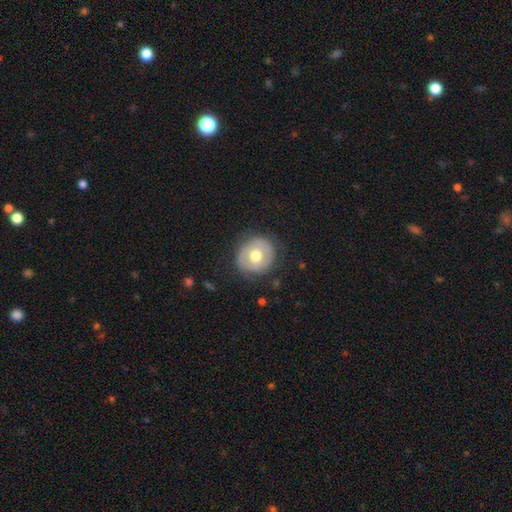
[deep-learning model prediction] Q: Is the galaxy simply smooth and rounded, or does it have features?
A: smooth — 51%.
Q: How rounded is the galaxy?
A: round — 85%.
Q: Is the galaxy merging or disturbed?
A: none — 78%.